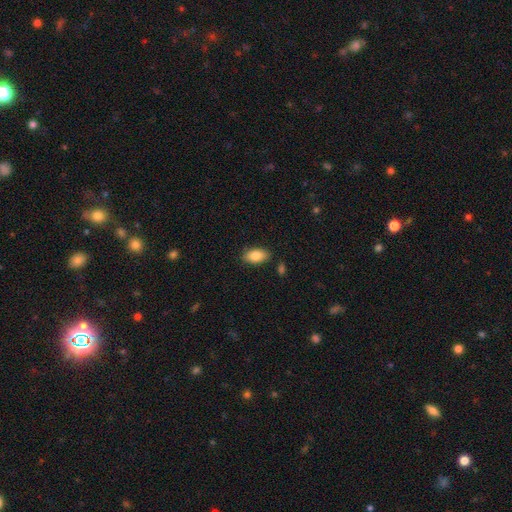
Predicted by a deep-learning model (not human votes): A smooth galaxy with no disk features (87%) that is in between round and cigar-shaped (92%).

Vote fractions:
- Smooth or featured? smooth: 87% / star or artifact: 7% / featured or disk: 7%
- How rounded? in between: 92% / round: 5% / cigar-shaped: 3%
- Merging? none: 83% / minor disturbance: 12% / major disturbance: 3% / merger: 3%